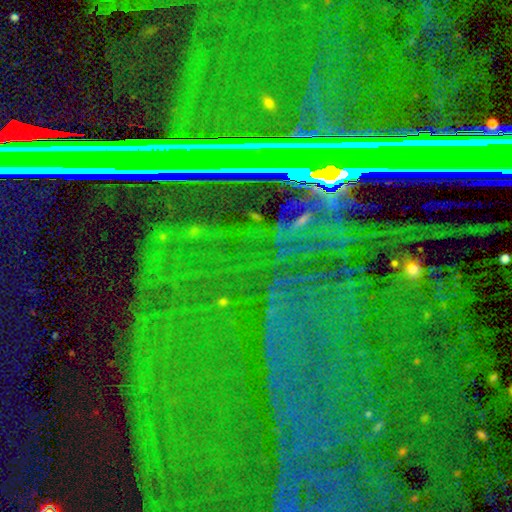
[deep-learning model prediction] star or artifact 83%, featured or disk 10%, smooth 6%.